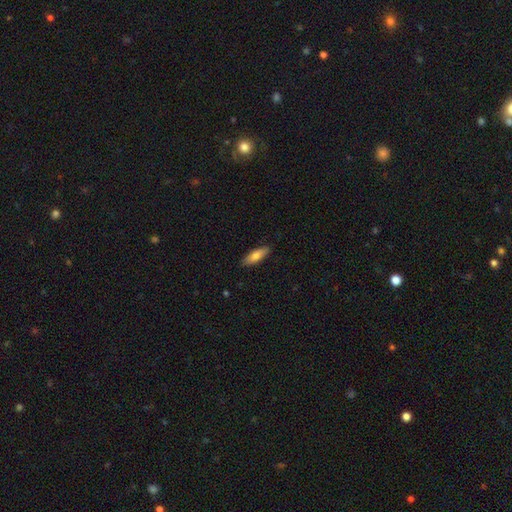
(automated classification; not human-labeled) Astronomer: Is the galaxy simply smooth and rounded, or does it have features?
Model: smooth — 75%.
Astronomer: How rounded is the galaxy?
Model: in between — 51% (runner-up: cigar-shaped, 47%).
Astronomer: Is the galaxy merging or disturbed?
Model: none — 88%.